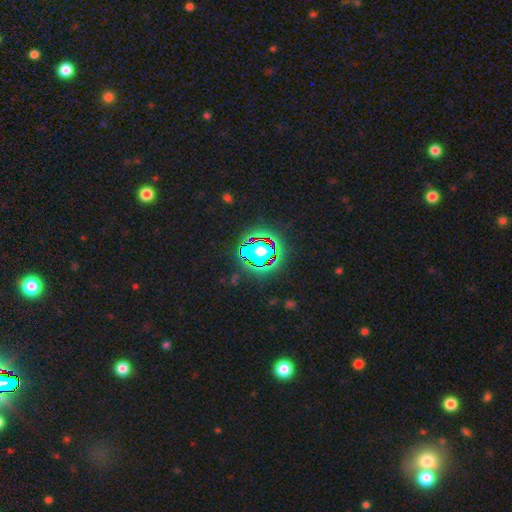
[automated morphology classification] Smooth or featured?
  - star or artifact: 80% *
  - smooth: 12%
  - featured or disk: 8%